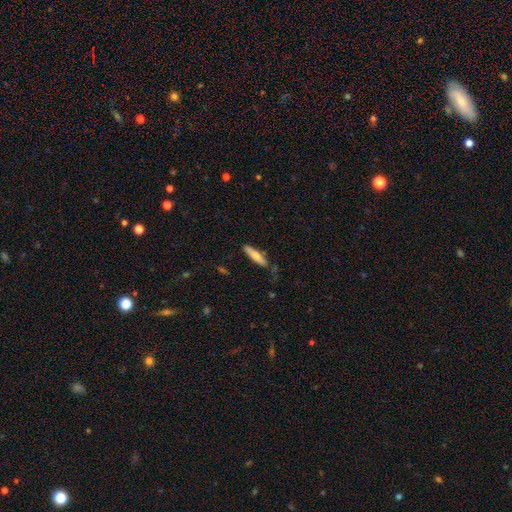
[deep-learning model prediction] Morphology: type=smooth (63%); roundness=cigar-shaped (77%); merging=none (78%).